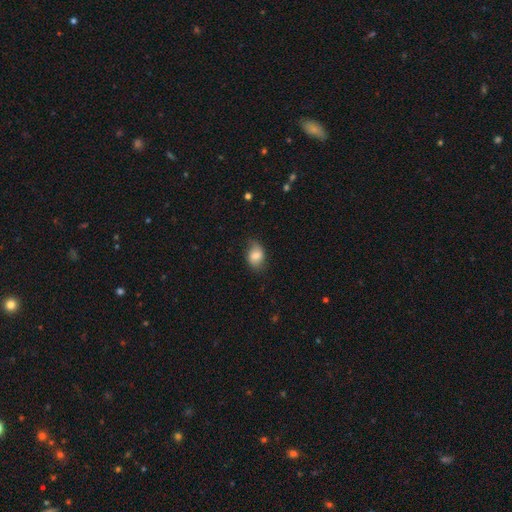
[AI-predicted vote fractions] Smooth or featured? Predicted: smooth (p=0.78). How rounded? Predicted: in between (p=0.75). Merging? Predicted: none (p=0.71).